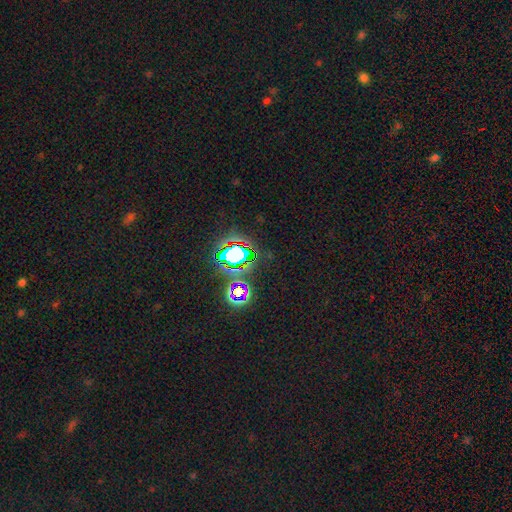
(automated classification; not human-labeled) This is likely a star or artifact rather than a galaxy (78%).